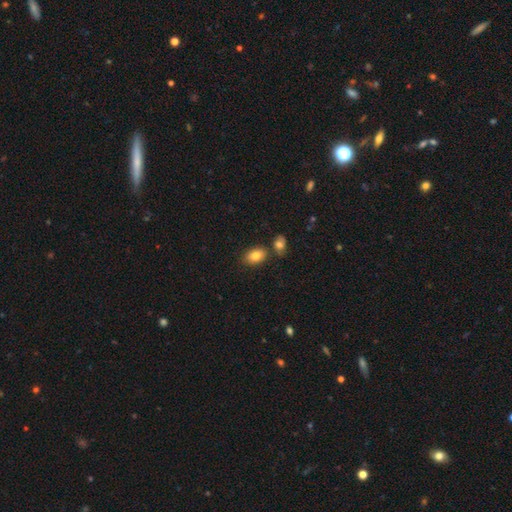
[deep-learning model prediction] A smooth galaxy with no disk features (81%) that is in between round and cigar-shaped (85%).

Vote fractions:
- Smooth or featured? smooth: 81% / featured or disk: 10% / star or artifact: 9%
- How rounded? in between: 85% / round: 14% / cigar-shaped: 1%
- Merging? none: 72% / merger: 14% / minor disturbance: 12% / major disturbance: 3%